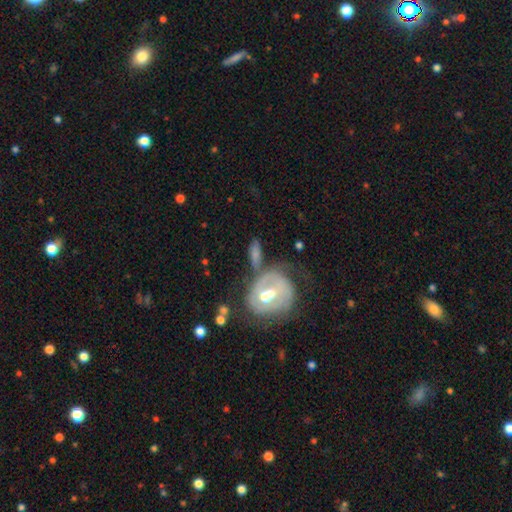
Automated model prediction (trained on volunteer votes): Q: Smooth or featured?
A: smooth (46%); runner-up: featured or disk (45%)
Q: Merging?
A: none (37%); runner-up: merger (31%)